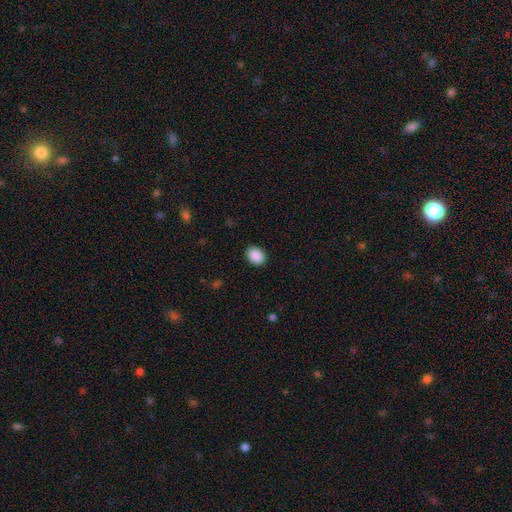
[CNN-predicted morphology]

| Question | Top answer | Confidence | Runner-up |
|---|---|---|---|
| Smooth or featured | smooth | 90% | star or artifact (8%) |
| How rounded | in between | 61% | round (38%) |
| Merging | none | 90% | minor disturbance (7%) |